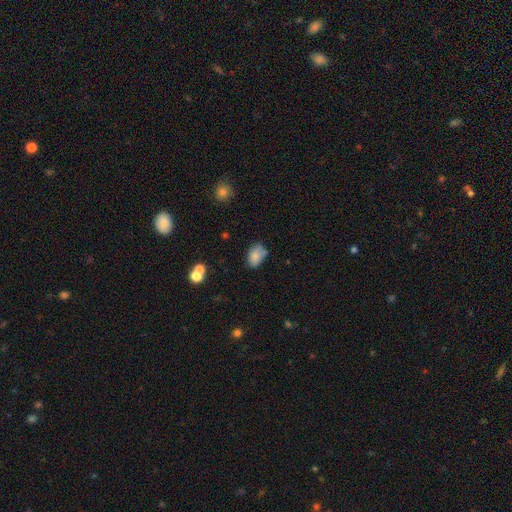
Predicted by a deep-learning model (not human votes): This is likely a smooth galaxy (79%). How rounded: clearly in between (88%). Merging: possibly none (57%).